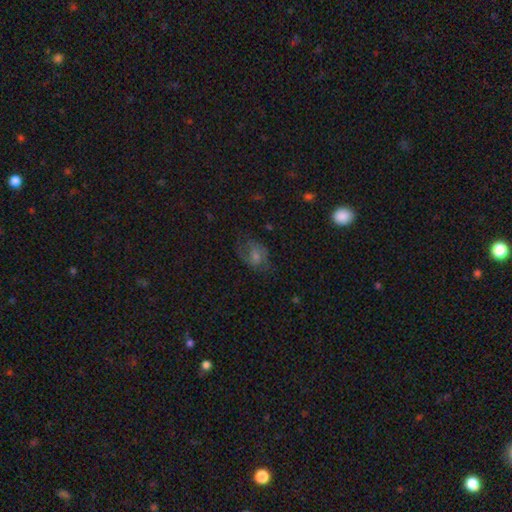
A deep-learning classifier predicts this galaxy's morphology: The model was most divided on "smooth or featured": featured or disk: 49%, smooth: 33%, star or artifact: 18%. More confident: merging — none (65%).